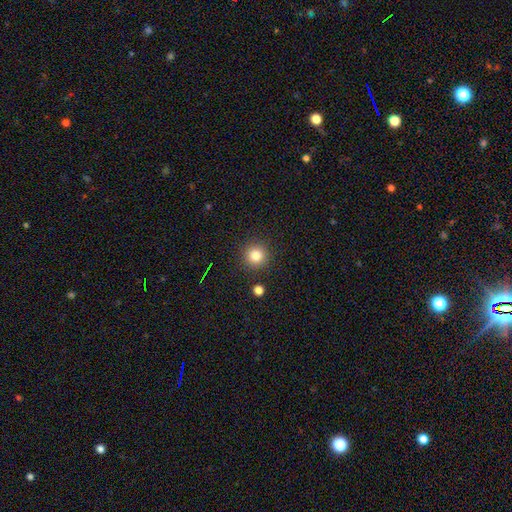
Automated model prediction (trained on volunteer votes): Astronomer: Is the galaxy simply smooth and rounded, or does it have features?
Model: smooth — 82%.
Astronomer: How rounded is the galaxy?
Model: round — 95%.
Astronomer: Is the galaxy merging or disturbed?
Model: none — 90%.